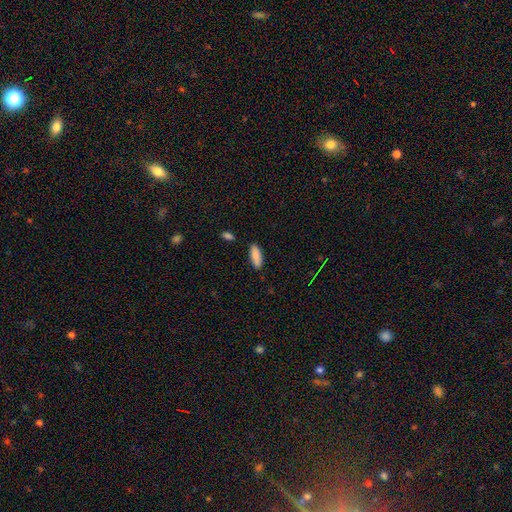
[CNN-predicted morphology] The model was most divided on "how rounded": in between: 72%, cigar-shaped: 26%, round: 2%. More confident: smooth or featured — smooth (87%); merging — none (85%).